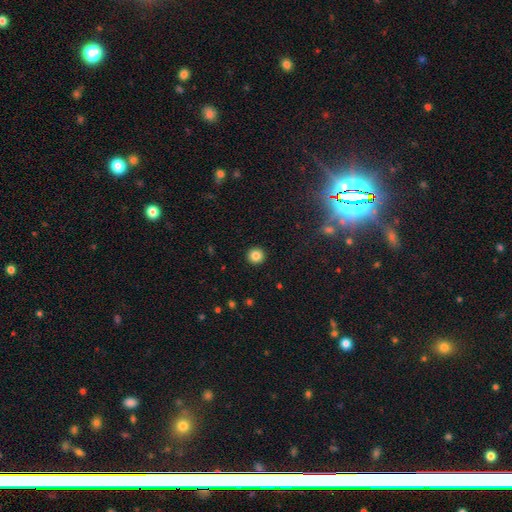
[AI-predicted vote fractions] The model was most divided on "smooth or featured": smooth: 84%, star or artifact: 11%, featured or disk: 5%. More confident: how rounded — round (95%); merging — none (93%).